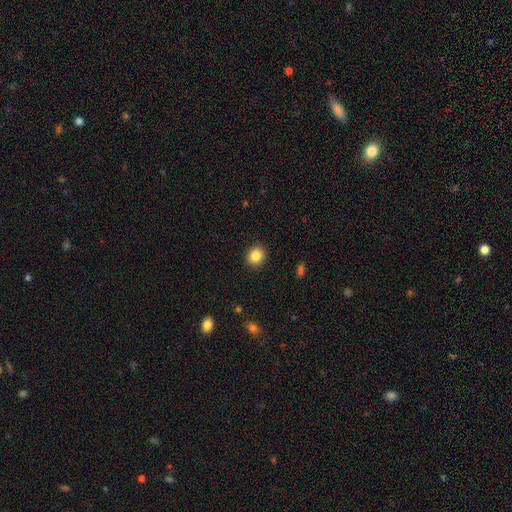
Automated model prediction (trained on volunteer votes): Smooth or featured? smooth (85%)
How rounded? round (77%)
Merging? none (91%)